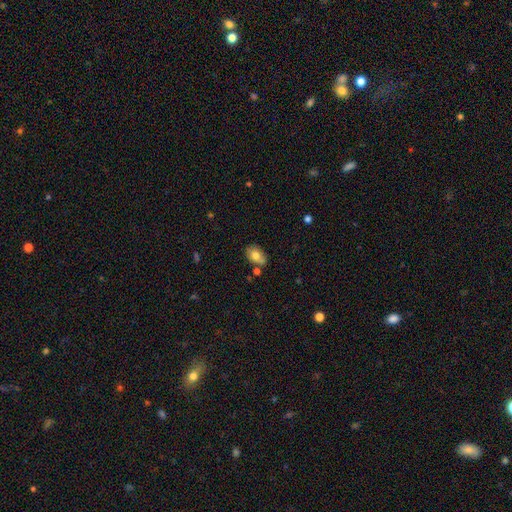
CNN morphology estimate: Q: Smooth or featured?
A: smooth (73%); runner-up: featured or disk (18%)
Q: How rounded?
A: in between (77%); runner-up: round (22%)
Q: Merging?
A: none (62%); runner-up: minor disturbance (21%)